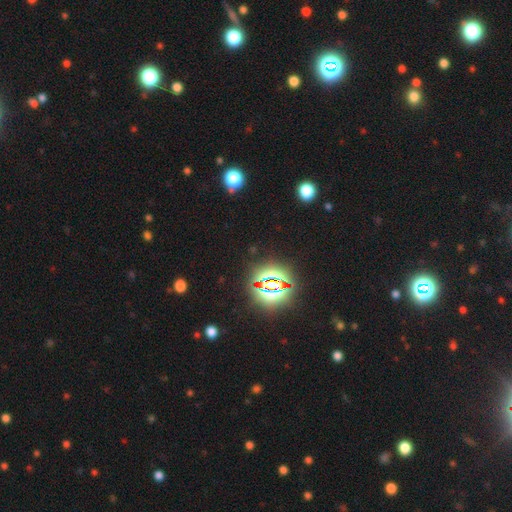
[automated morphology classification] Overall: star or artifact (83%).